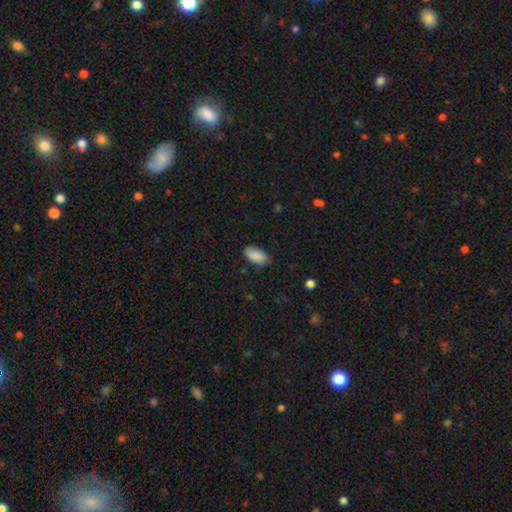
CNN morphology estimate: smooth_or_featured: smooth (p=0.90) [alt: star or artifact p=0.06]
how_rounded: in between (p=0.94) [alt: cigar-shaped p=0.03]
merging: none (p=0.83) [alt: minor disturbance p=0.13]